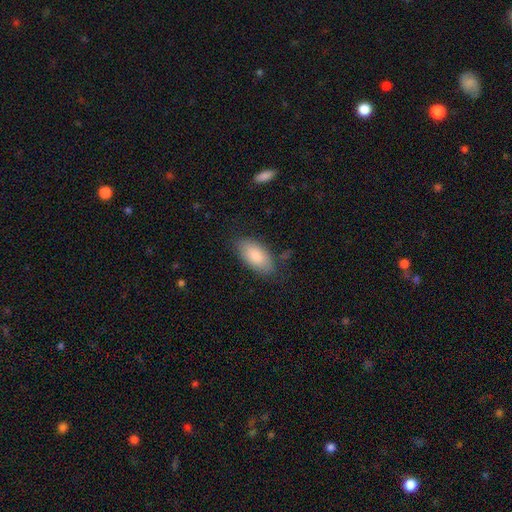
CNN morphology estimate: This is clearly a smooth galaxy (83%). How rounded: clearly in between (92%). Merging: likely none (77%).